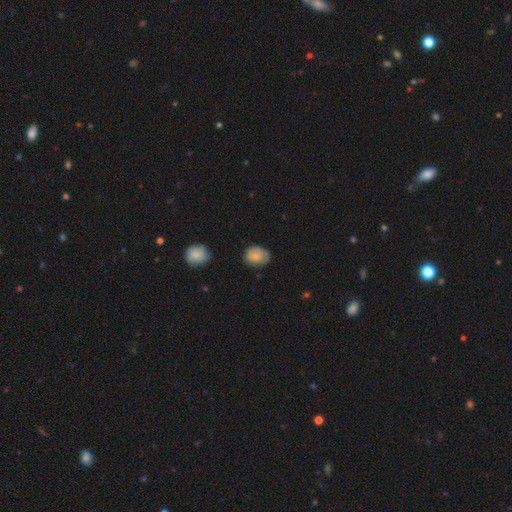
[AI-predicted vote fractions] smooth 79%, featured or disk 13%, star or artifact 8%. Down the decision tree: how rounded — in between (50%); merging — none (65%).